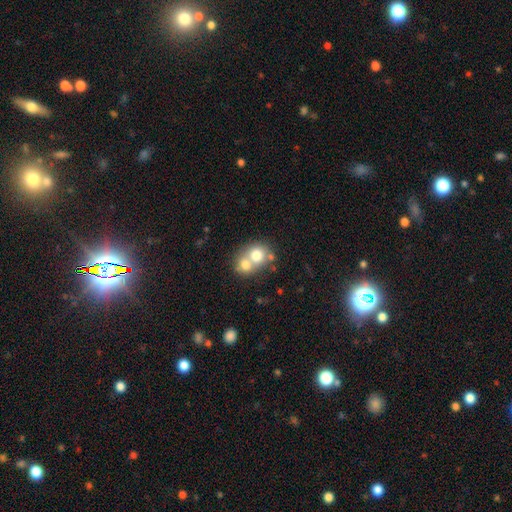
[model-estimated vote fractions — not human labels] Smooth or featured?
  - smooth: 70% *
  - featured or disk: 20%
  - star or artifact: 10%
How rounded?
  - round: 69% *
  - in between: 30%
  - cigar-shaped: 1%
Merging?
  - merger: 68% *
  - none: 24%
  - minor disturbance: 5%
  - major disturbance: 3%